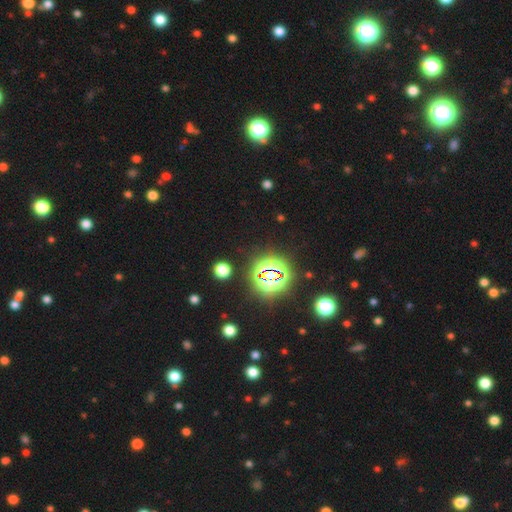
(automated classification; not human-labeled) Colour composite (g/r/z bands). It shows a star or artifact, not a galaxy (79%).